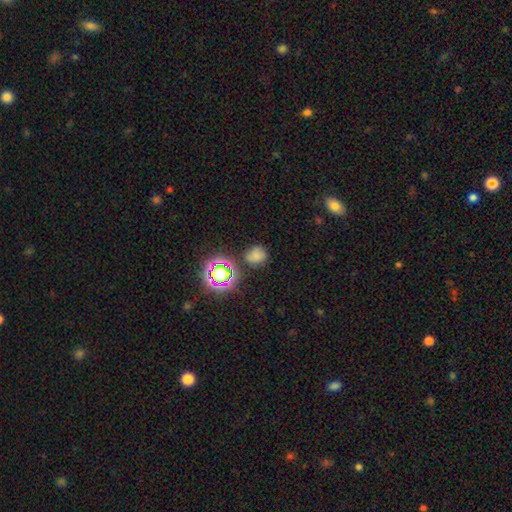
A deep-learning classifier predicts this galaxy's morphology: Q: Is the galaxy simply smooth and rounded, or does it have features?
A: smooth — 67%.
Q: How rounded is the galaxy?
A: round — 72%.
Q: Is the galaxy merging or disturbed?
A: none — 74%.